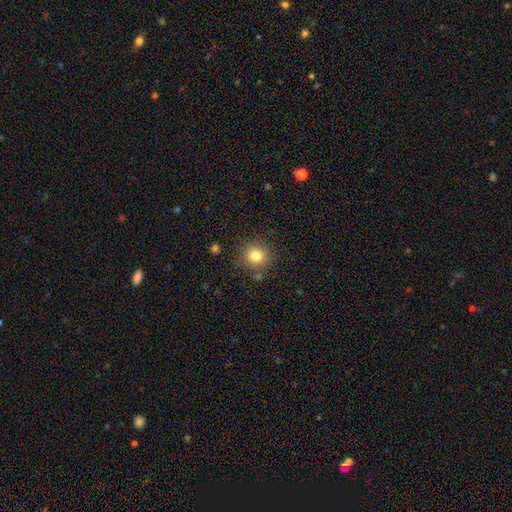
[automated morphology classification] The model was most divided on "smooth or featured": smooth: 81%, star or artifact: 12%, featured or disk: 7%. More confident: how rounded — round (90%); merging — none (85%).